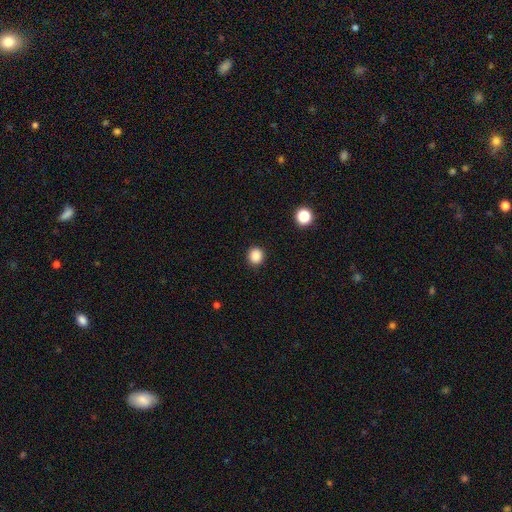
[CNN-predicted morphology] Smooth or featured? Predicted: smooth (p=0.87). How rounded? Predicted: round (p=0.88). Merging? Predicted: none (p=0.91).